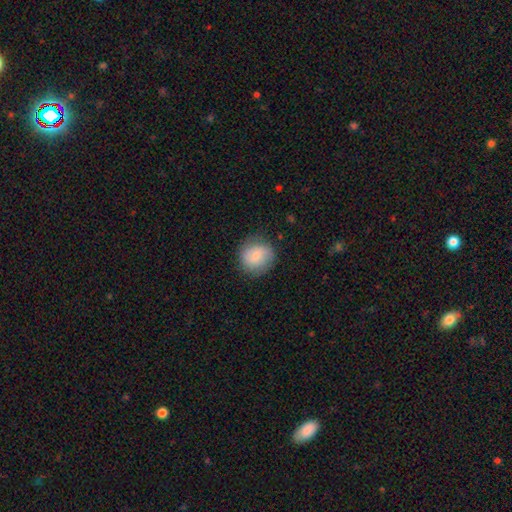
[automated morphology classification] smooth-or-featured: smooth: 78% | featured or disk: 15% | star or artifact: 7%
  how-rounded: round: 85% | in between: 15% | cigar-shaped: 1%
  merging: none: 80% | minor disturbance: 15% | major disturbance: 5% | merger: 1%